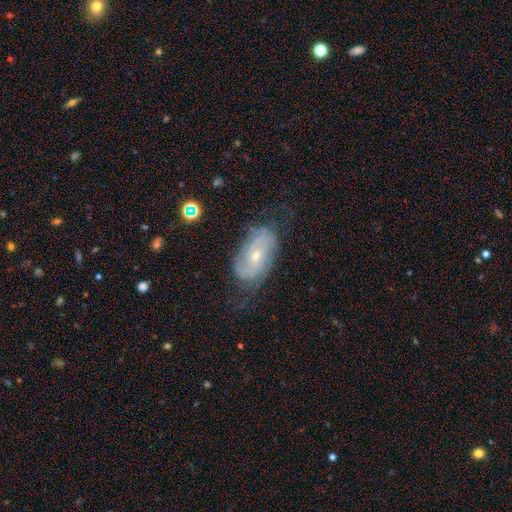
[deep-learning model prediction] Morphology: type=featured or disk (75%); edge-on=no (95%); bar=no (62%); spiral arms=yes (89%); winding=tight (44%); arm count=2 (51%); bulge=small (60%); merging=none (64%).